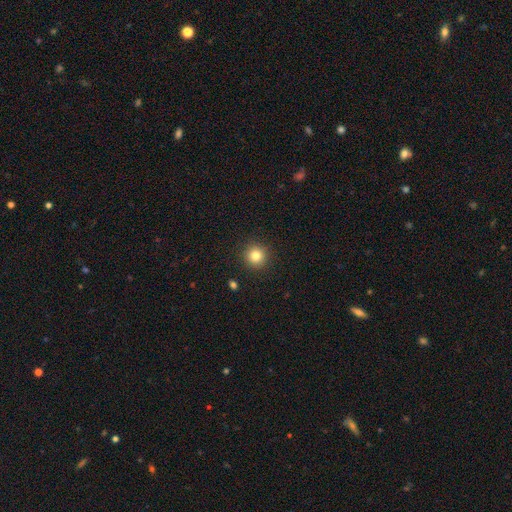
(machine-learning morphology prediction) Smooth or featured?
  - smooth: 82% *
  - star or artifact: 12%
  - featured or disk: 7%
How rounded?
  - round: 95% *
  - in between: 4%
  - cigar-shaped: 1%
Merging?
  - none: 92% *
  - minor disturbance: 5%
  - major disturbance: 2%
  - merger: 1%